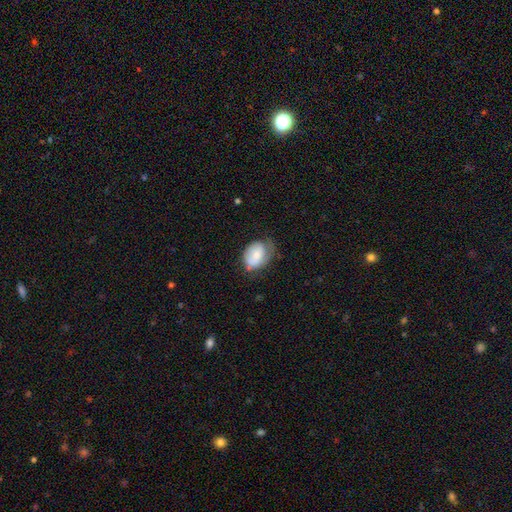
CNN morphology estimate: The model was most divided on "merging": none: 44%, minor disturbance: 38%, major disturbance: 16%, merger: 2%. More confident: how rounded — in between (75%); smooth or featured — smooth (67%).